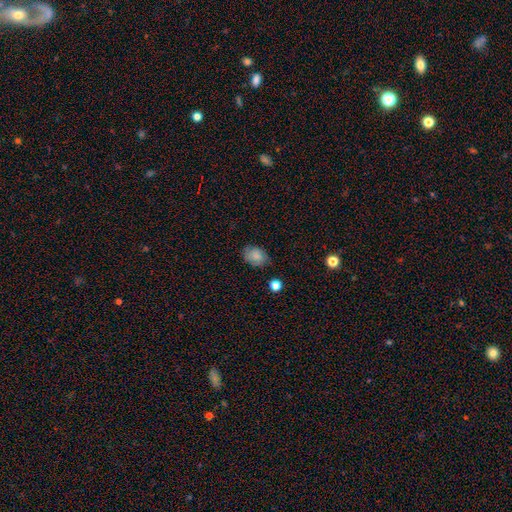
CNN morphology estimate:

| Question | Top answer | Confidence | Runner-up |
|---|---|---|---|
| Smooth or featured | smooth | 79% | featured or disk (11%) |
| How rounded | in between | 73% | round (26%) |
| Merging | none | 74% | minor disturbance (20%) |